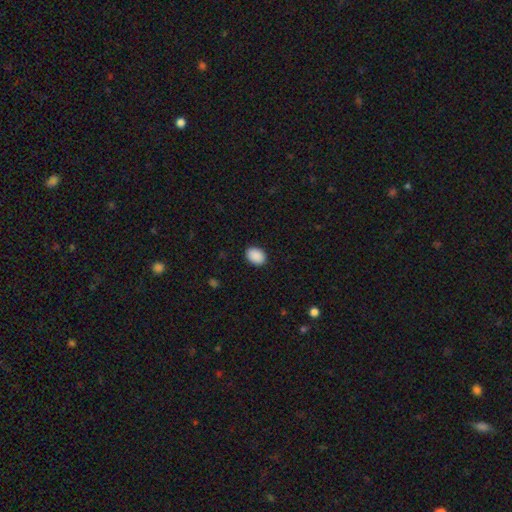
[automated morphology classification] This appears to be a smooth galaxy with no disk features (91%) that is in between round and cigar-shaped (75%). Merging: none (90%).